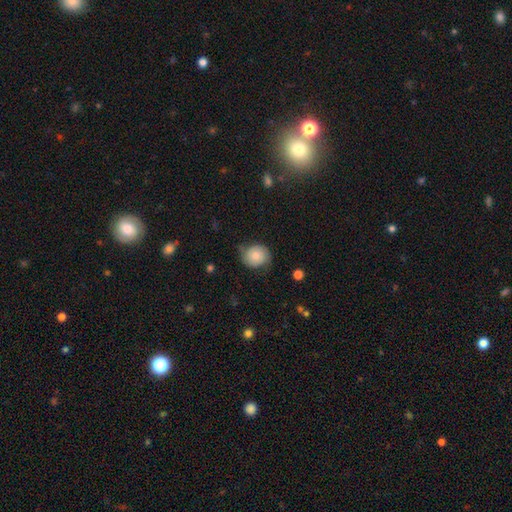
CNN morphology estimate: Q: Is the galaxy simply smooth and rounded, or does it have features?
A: smooth — 69%.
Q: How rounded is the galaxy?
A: round — 74%.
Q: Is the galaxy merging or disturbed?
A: none — 62%.